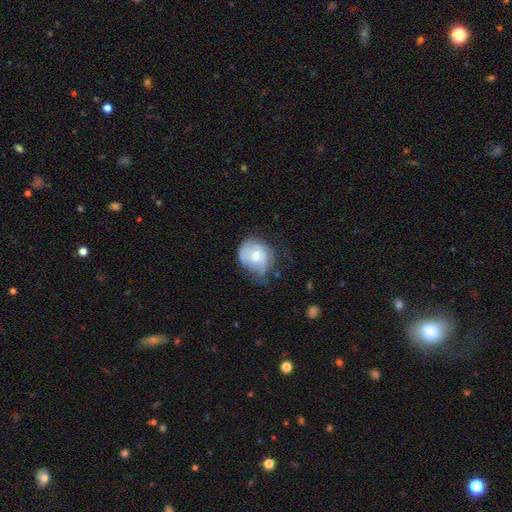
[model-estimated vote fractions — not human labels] This appears to be a featured or disk galaxy (47%). Merging: none (37%).